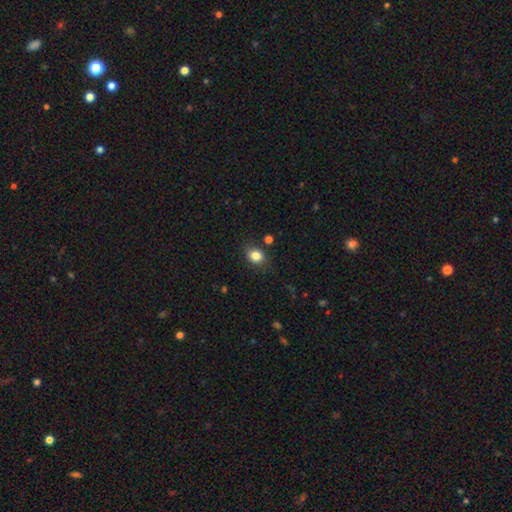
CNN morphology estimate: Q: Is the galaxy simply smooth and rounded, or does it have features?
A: smooth — 83%.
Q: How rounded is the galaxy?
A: in between — 51%.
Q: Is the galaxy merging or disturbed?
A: none — 79%.